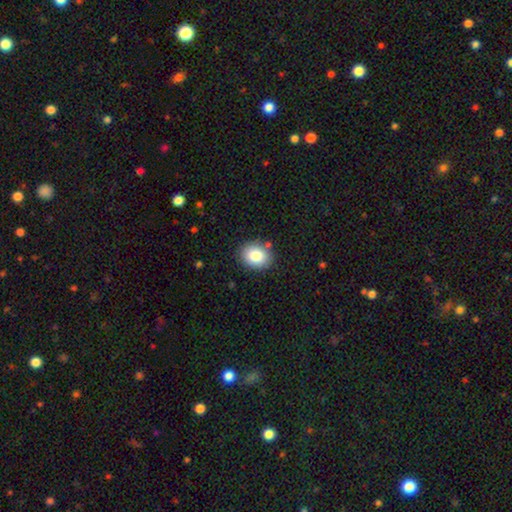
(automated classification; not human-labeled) This appears to be a smooth galaxy with no disk features (83%) that is round (50%). Merging: none (85%).